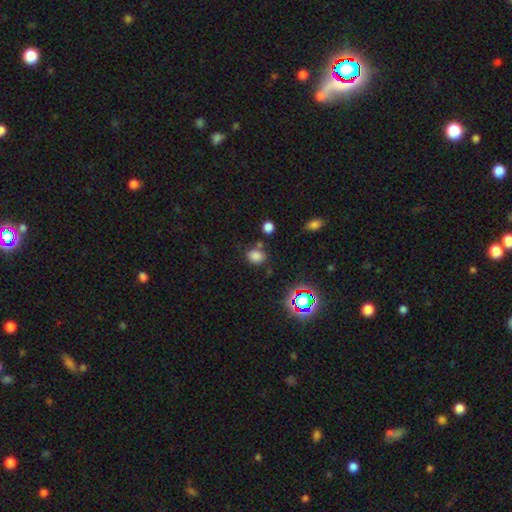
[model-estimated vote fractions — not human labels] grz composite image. It shows a smooth galaxy with no disk features (74%) that is round (54%). Merging: none (69%).